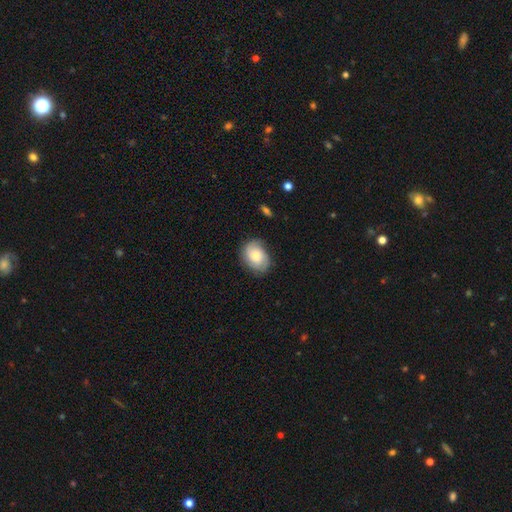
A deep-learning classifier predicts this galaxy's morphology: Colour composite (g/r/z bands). It shows a smooth galaxy with no disk features (57%) that is in between round and cigar-shaped (63%). Merging: none (75%).